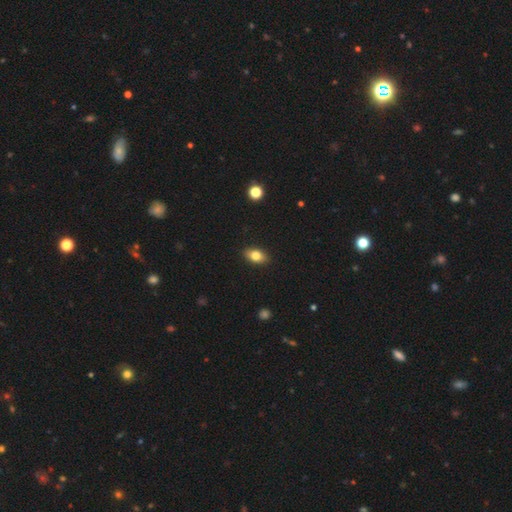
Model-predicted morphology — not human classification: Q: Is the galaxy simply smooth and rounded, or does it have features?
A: smooth — 79%.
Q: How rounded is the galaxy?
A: in between — 87%.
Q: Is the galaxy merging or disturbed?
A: none — 89%.